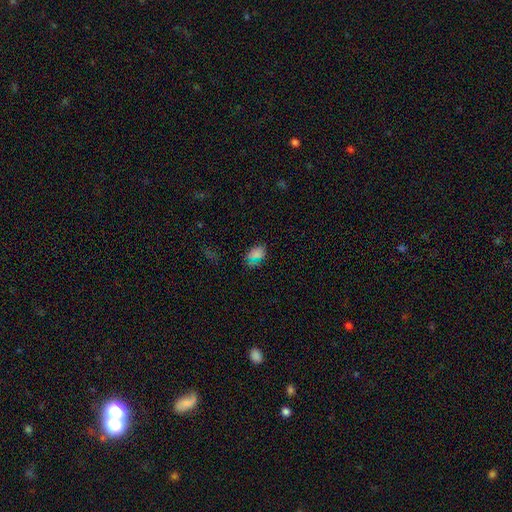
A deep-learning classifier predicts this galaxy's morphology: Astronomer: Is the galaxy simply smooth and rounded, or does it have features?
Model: smooth — 63%.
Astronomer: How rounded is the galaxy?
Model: in between — 81%.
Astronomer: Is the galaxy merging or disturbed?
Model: none — 77%.